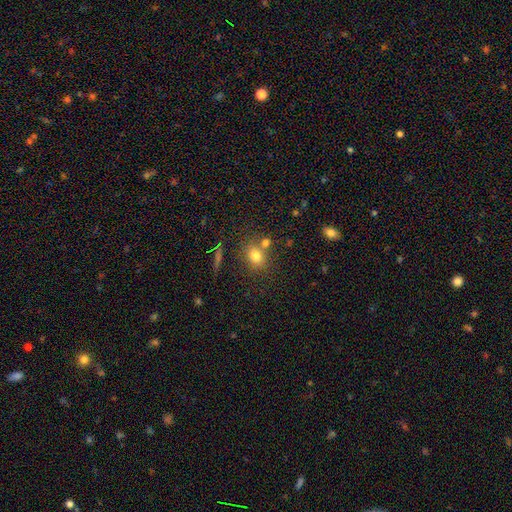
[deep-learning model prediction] smooth-or-featured: smooth: 76% | star or artifact: 13% | featured or disk: 11%
  how-rounded: round: 57% | in between: 41% | cigar-shaped: 2%
  merging: none: 63% | merger: 20% | minor disturbance: 12% | major disturbance: 4%